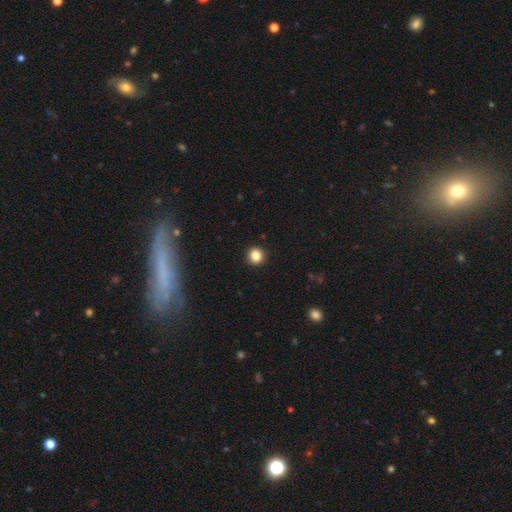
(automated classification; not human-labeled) smooth-or-featured: smooth: 84% | star or artifact: 11% | featured or disk: 5%
  how-rounded: round: 93% | in between: 6% | cigar-shaped: 1%
  merging: none: 93% | minor disturbance: 4% | major disturbance: 2% | merger: 1%